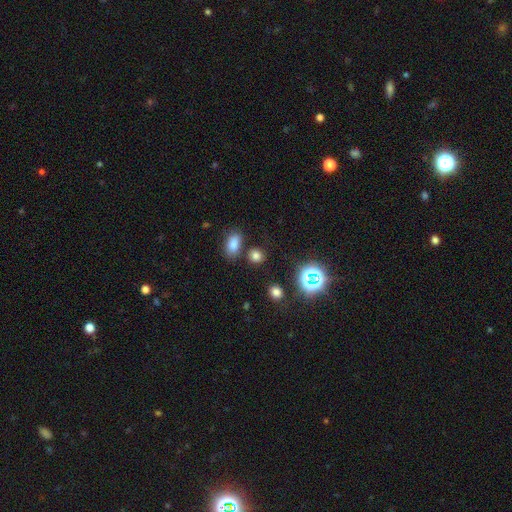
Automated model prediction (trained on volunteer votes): A smooth galaxy with no disk features (73%) that is round (62%).

Vote fractions:
- Smooth or featured? smooth: 73% / star or artifact: 20% / featured or disk: 6%
- How rounded? round: 62% / in between: 37% / cigar-shaped: 2%
- Merging? none: 77% / merger: 10% / minor disturbance: 10% / major disturbance: 3%